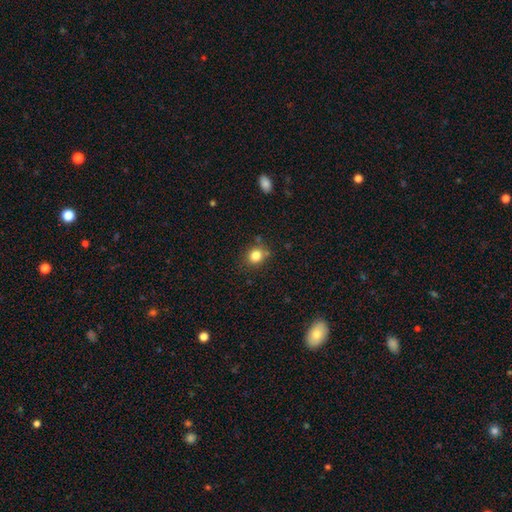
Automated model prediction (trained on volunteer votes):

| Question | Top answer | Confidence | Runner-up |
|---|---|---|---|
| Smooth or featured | smooth | 82% | star or artifact (12%) |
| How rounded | round | 77% | in between (22%) |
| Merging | none | 79% | minor disturbance (13%) |